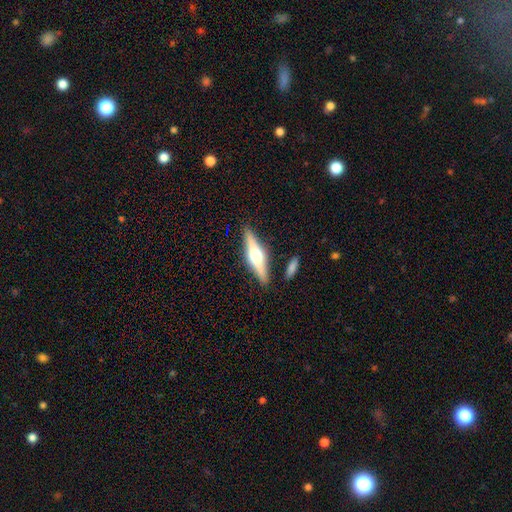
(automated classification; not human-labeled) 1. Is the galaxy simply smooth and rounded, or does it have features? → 69% featured or disk, 26% smooth, 6% star or artifact.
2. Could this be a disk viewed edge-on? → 96% yes, 4% no.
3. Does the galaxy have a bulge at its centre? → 95% rounded, 3% boxy, 2% none.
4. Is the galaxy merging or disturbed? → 85% none, 9% minor disturbance, 4% merger, 2% major disturbance.